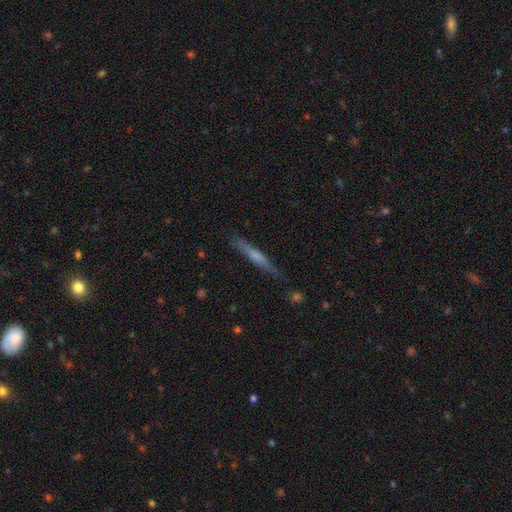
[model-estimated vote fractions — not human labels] Overall: smooth (49%; featured or disk 44%). Merging: none (81%).